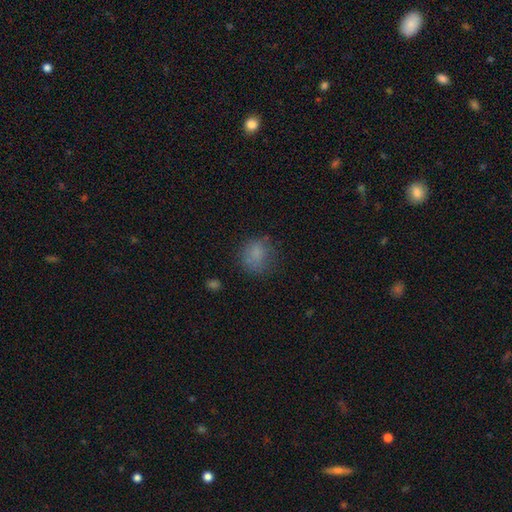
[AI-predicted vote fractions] Smooth or featured? Predicted: smooth (p=0.78). How rounded? Predicted: round (p=0.74). Merging? Predicted: none (p=0.67).